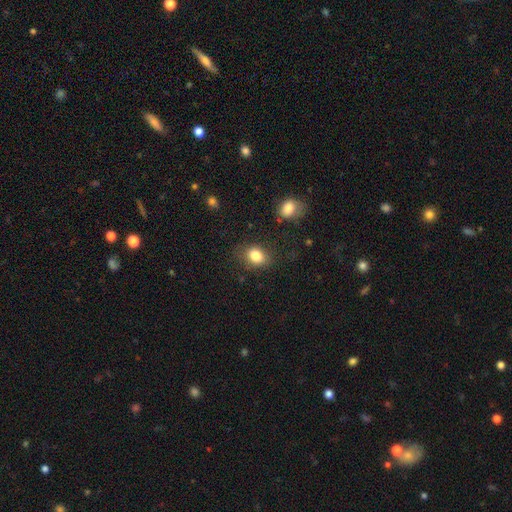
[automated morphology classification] smooth_or_featured: smooth (p=0.83) [alt: star or artifact p=0.10]
how_rounded: in between (p=0.64) [alt: round p=0.35]
merging: none (p=0.76) [alt: minor disturbance p=0.16]